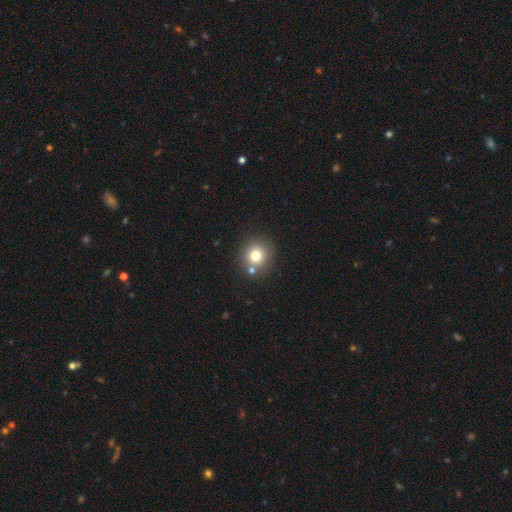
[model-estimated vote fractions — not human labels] The model was most divided on "smooth or featured": smooth: 76%, star or artifact: 14%, featured or disk: 11%. More confident: how rounded — round (90%); merging — none (77%).